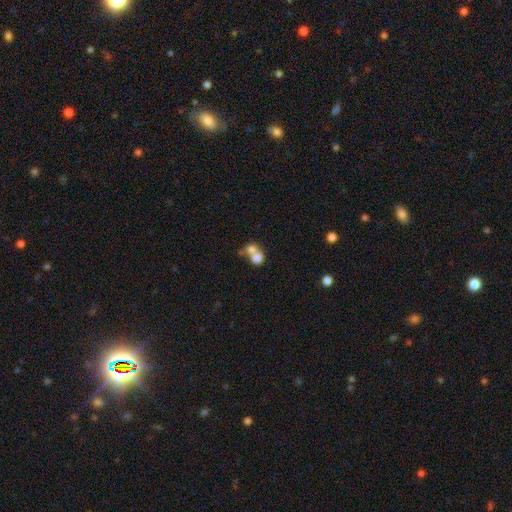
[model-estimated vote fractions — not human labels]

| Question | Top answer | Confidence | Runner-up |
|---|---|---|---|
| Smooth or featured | smooth | 73% | featured or disk (17%) |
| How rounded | round | 71% | in between (27%) |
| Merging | merger | 68% | none (22%) |